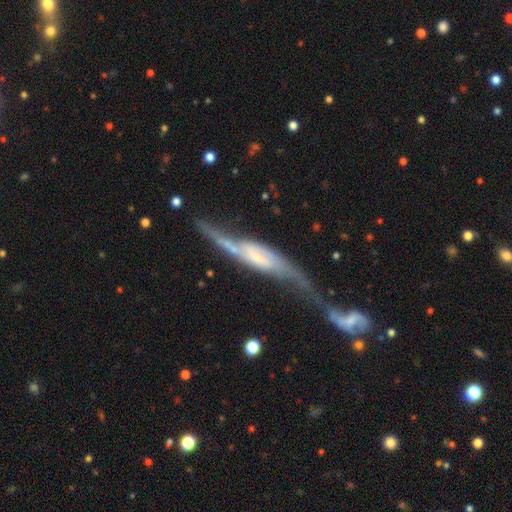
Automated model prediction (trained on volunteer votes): Smooth or featured? featured or disk (81%)
Edge-on disk? no (52%)
Merging? merger (46%)